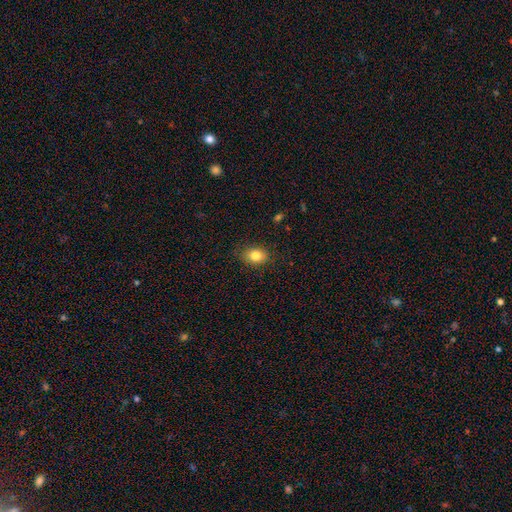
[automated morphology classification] Q: Smooth or featured?
A: smooth (83%); runner-up: star or artifact (9%)
Q: How rounded?
A: in between (71%); runner-up: round (28%)
Q: Merging?
A: none (85%); runner-up: minor disturbance (11%)